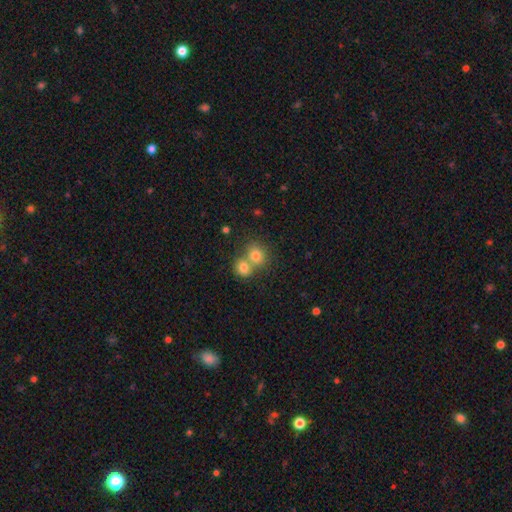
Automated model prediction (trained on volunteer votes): Morphology: type=smooth (77%); roundness=round (72%); merging=merger (54%).